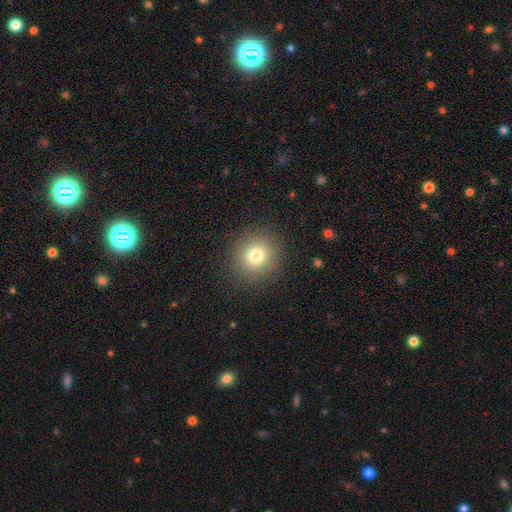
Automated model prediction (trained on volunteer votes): A smooth galaxy with no disk features (79%) that is round (87%).

Vote fractions:
- Smooth or featured? smooth: 79% / star or artifact: 12% / featured or disk: 9%
- How rounded? round: 87% / in between: 12% / cigar-shaped: 1%
- Merging? none: 89% / minor disturbance: 7% / major disturbance: 3% / merger: 1%